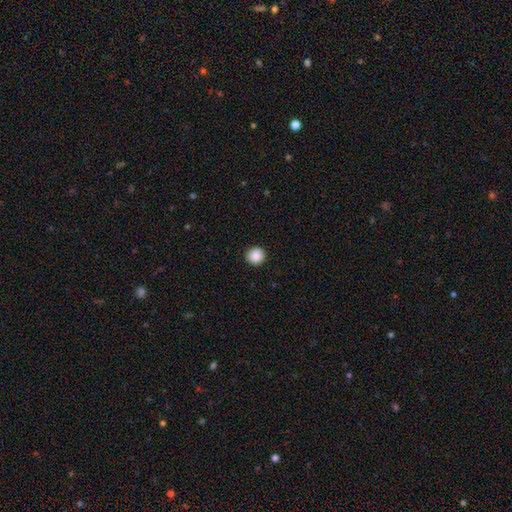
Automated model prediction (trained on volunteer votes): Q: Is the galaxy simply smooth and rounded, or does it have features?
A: smooth — 89%.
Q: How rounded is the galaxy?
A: round — 94%.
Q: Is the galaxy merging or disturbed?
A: none — 92%.